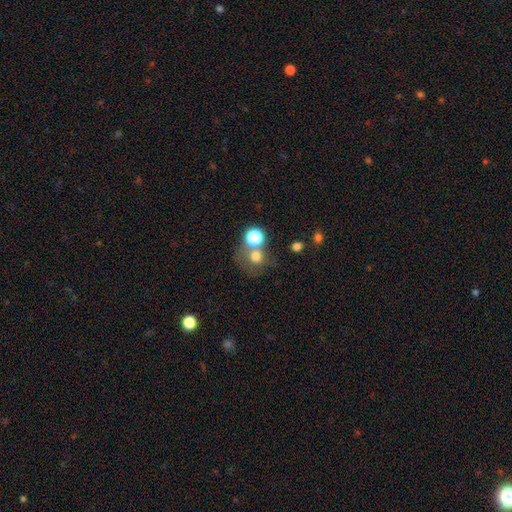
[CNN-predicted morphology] This appears to be a smooth galaxy with no disk features (70%) that is round (84%). Merging: none (52%).